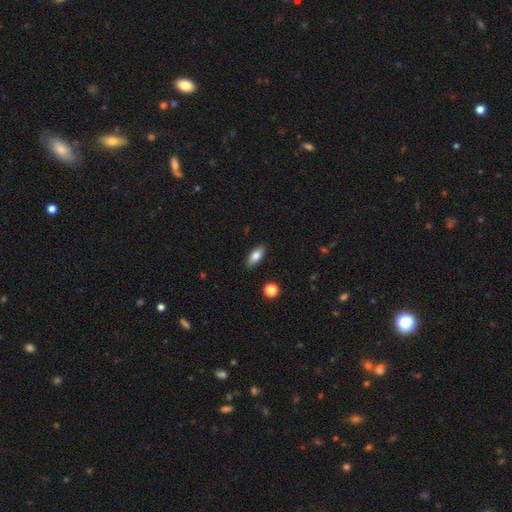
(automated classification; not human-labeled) Smooth or featured: smooth — 81% (featured or disk — 12%)
How rounded: in between — 82% (cigar-shaped — 15%)
Merging: none — 88% (minor disturbance — 9%)